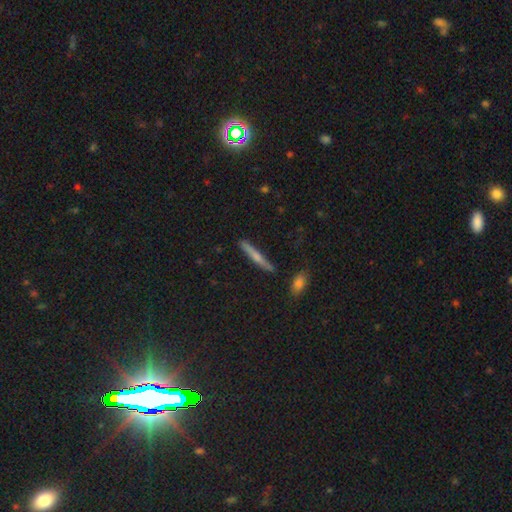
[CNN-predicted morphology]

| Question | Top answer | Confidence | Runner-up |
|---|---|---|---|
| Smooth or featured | smooth | 48% | featured or disk (44%) |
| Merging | none | 87% | minor disturbance (9%) |